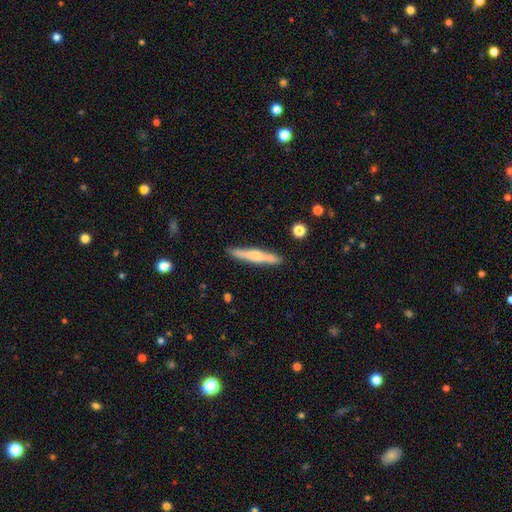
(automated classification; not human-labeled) Smooth or featured?
  - featured or disk: 48% *
  - smooth: 47%
  - star or artifact: 5%
Merging?
  - none: 89% *
  - minor disturbance: 8%
  - merger: 2%
  - major disturbance: 2%